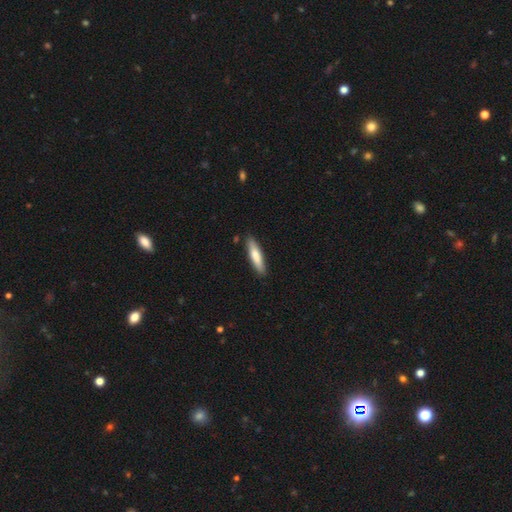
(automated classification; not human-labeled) Smooth or featured?
  - smooth: 74% *
  - featured or disk: 20%
  - star or artifact: 5%
How rounded?
  - cigar-shaped: 80% *
  - in between: 19%
  - round: 1%
Merging?
  - none: 87% *
  - minor disturbance: 9%
  - major disturbance: 2%
  - merger: 2%